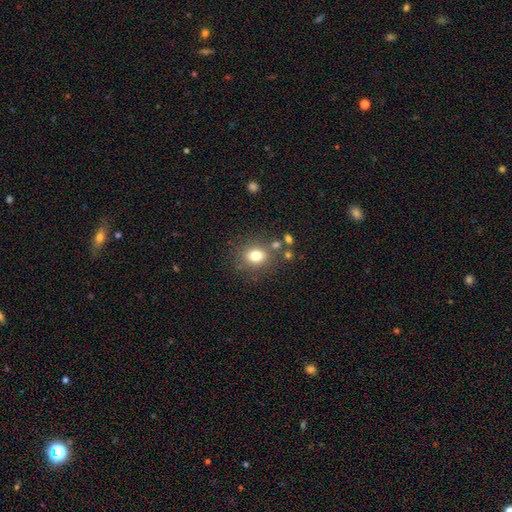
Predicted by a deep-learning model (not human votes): Smooth or featured?
  - smooth: 78% *
  - star or artifact: 12%
  - featured or disk: 10%
How rounded?
  - round: 61% *
  - in between: 38%
  - cigar-shaped: 1%
Merging?
  - none: 75% *
  - minor disturbance: 12%
  - merger: 7%
  - major disturbance: 5%